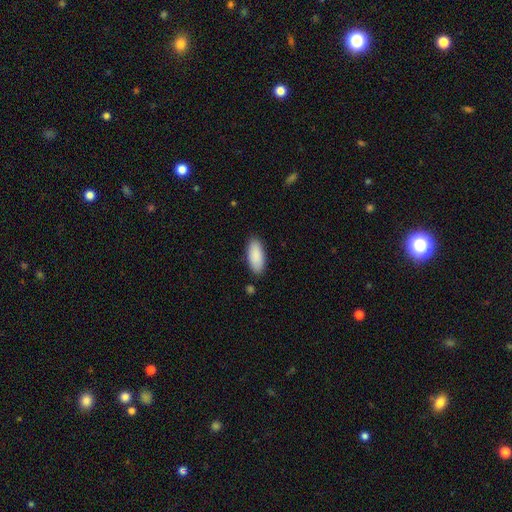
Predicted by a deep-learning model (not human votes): smooth_or_featured: smooth (p=0.89) [alt: star or artifact p=0.06]
how_rounded: in between (p=0.88) [alt: cigar-shaped p=0.11]
merging: none (p=0.85) [alt: minor disturbance p=0.11]